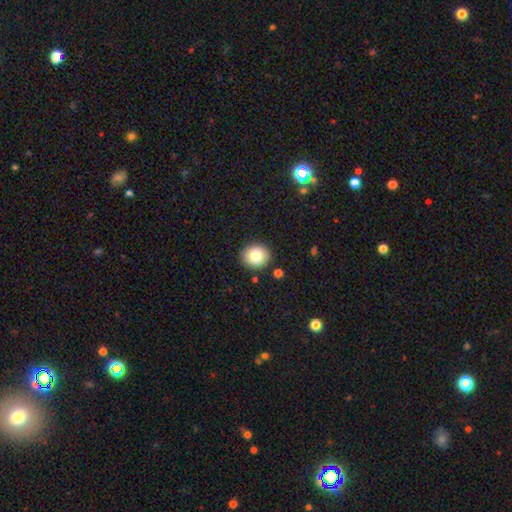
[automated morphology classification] type=smooth (81%); roundness=round (77%); merging=none (89%).